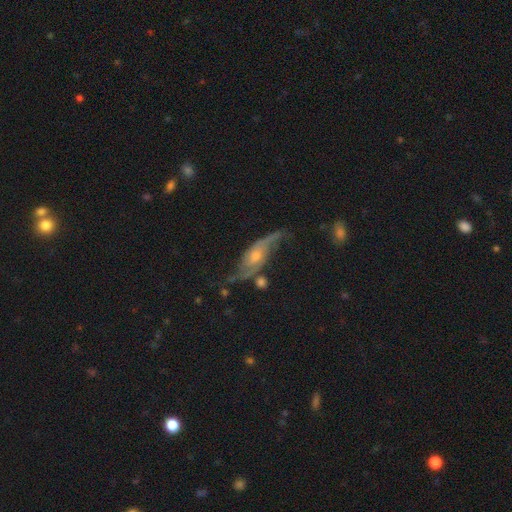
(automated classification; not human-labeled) The model was most divided on "bulge size": moderate: 48%, small: 42%, large: 5%, none: 5%, dominant: 1%. More confident: spiral arms — yes (92%); spiral arm count — 2 (88%); edge-on disk — no (83%); smooth or featured — featured or disk (81%); spiral winding — loose (71%); bar — no (60%); merging — none (56%).